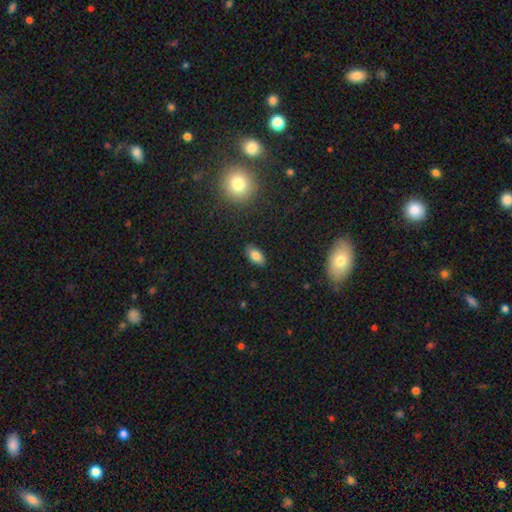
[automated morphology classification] This is clearly a smooth galaxy (80%). How rounded: clearly in between (92%). Merging: clearly none (87%).